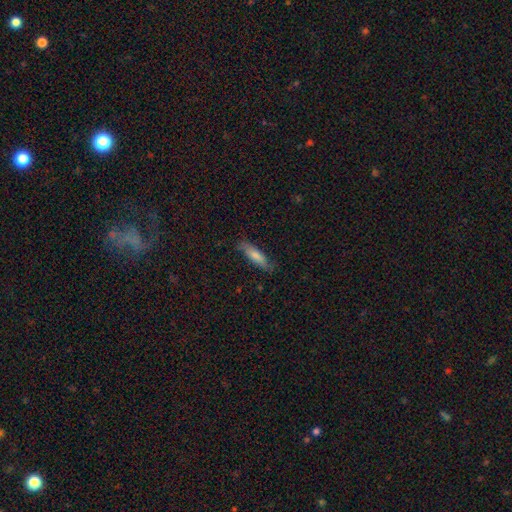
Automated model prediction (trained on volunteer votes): Smooth or featured? Predicted: smooth (p=0.74). How rounded? Predicted: cigar-shaped (p=0.65). Merging? Predicted: none (p=0.77).